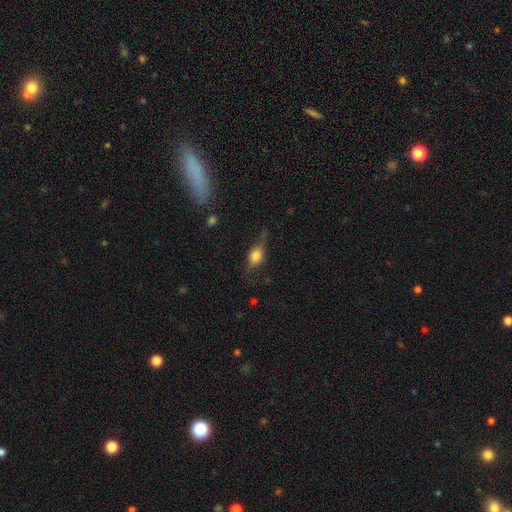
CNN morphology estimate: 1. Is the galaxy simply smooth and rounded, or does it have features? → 64% smooth, 27% featured or disk, 9% star or artifact.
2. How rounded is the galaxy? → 69% in between, 21% round, 10% cigar-shaped.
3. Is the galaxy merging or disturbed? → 50% none, 30% minor disturbance, 18% major disturbance, 2% merger.